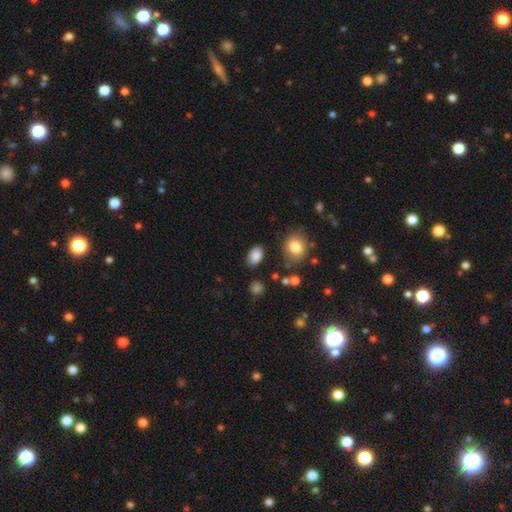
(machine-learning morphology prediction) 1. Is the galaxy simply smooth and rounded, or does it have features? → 86% smooth, 10% star or artifact, 5% featured or disk.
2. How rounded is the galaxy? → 84% in between, 15% round, 1% cigar-shaped.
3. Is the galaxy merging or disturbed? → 81% none, 12% minor disturbance, 3% major disturbance, 3% merger.